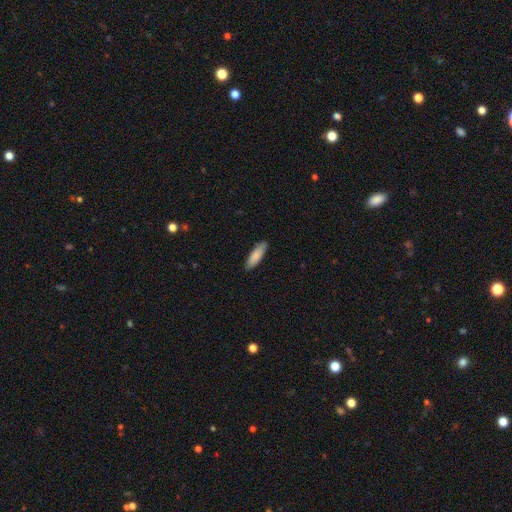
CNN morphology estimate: This is clearly a smooth galaxy (85%). How rounded: possibly cigar-shaped (55%). Merging: clearly none (87%).